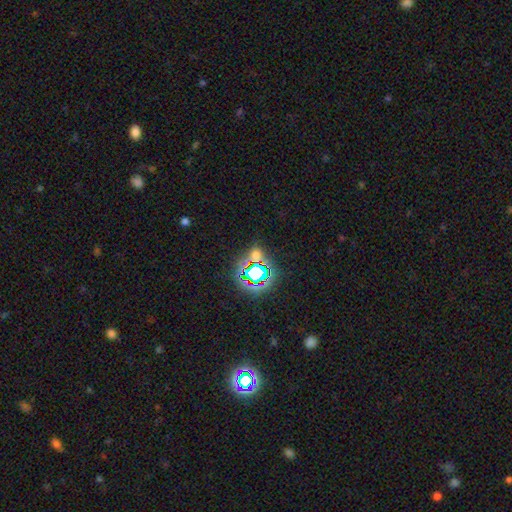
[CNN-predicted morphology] A star or artifact, not a galaxy (58%).